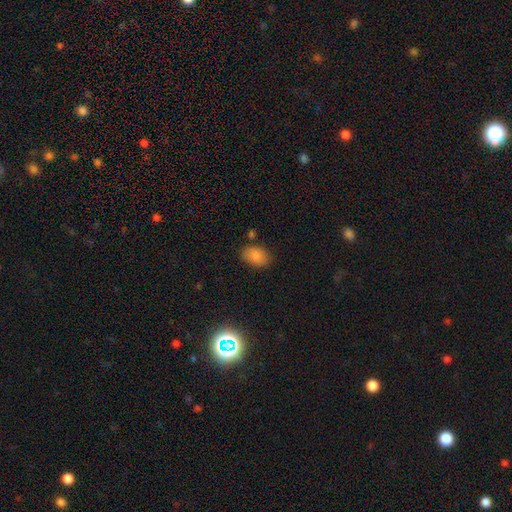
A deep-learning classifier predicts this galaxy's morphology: A smooth galaxy with no disk features (84%) that is in between round and cigar-shaped (87%).

Vote fractions:
- Smooth or featured? smooth: 84% / star or artifact: 9% / featured or disk: 7%
- How rounded? in between: 87% / round: 12% / cigar-shaped: 1%
- Merging? none: 77% / minor disturbance: 15% / major disturbance: 4% / merger: 4%